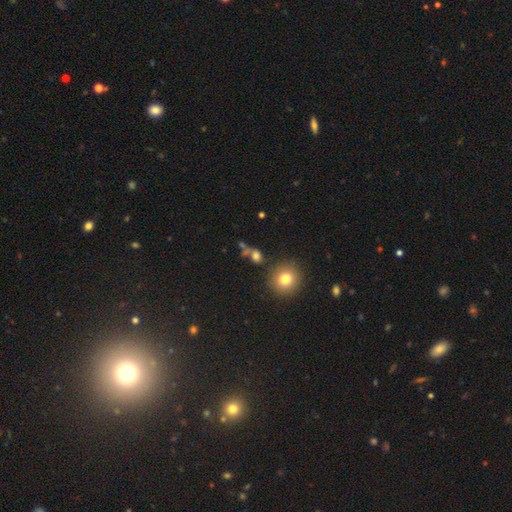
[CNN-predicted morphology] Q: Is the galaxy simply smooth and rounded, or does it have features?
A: smooth — 69%.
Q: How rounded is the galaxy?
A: round — 60%.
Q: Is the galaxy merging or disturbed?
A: none — 53%.